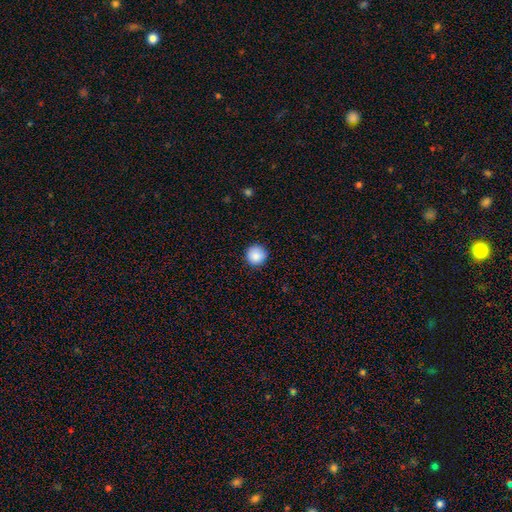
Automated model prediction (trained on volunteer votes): A smooth galaxy with no disk features (89%) that is round (96%). Merging: none (92%).